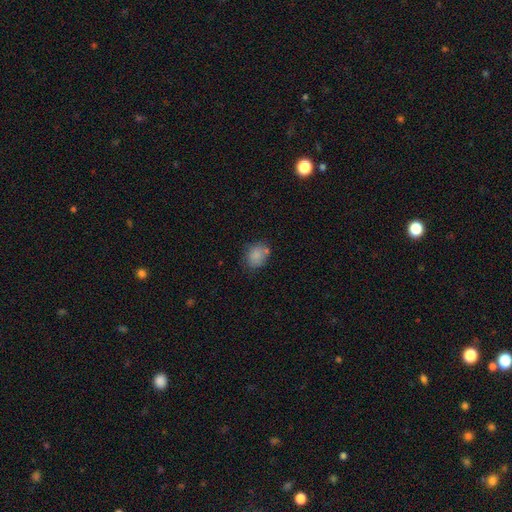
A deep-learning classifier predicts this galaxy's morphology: smooth_or_featured: smooth (p=0.83) [alt: star or artifact p=0.09]
how_rounded: in between (p=0.57) [alt: round p=0.42]
merging: none (p=0.66) [alt: minor disturbance p=0.19]